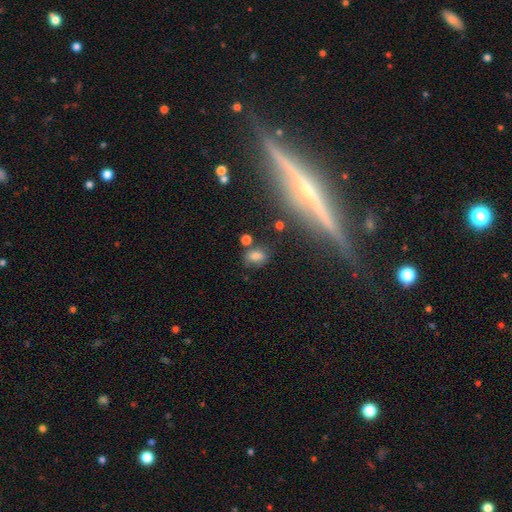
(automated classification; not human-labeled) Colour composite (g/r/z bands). It shows a smooth galaxy with no disk features (73%) that is in between round and cigar-shaped (72%). Merging: none (69%).